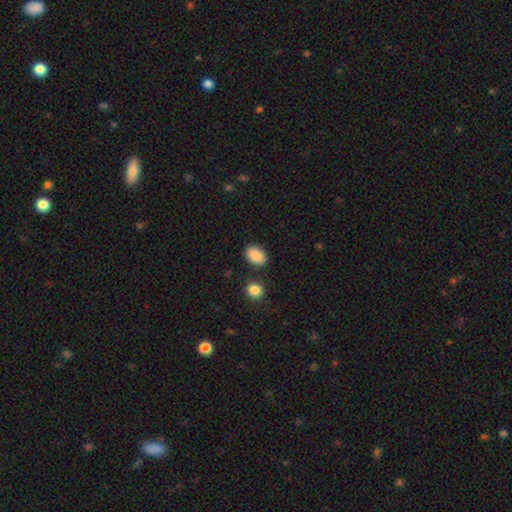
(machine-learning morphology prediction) Q: Smooth or featured?
A: smooth (88%); runner-up: star or artifact (8%)
Q: How rounded?
A: in between (82%); runner-up: round (17%)
Q: Merging?
A: none (82%); runner-up: minor disturbance (10%)